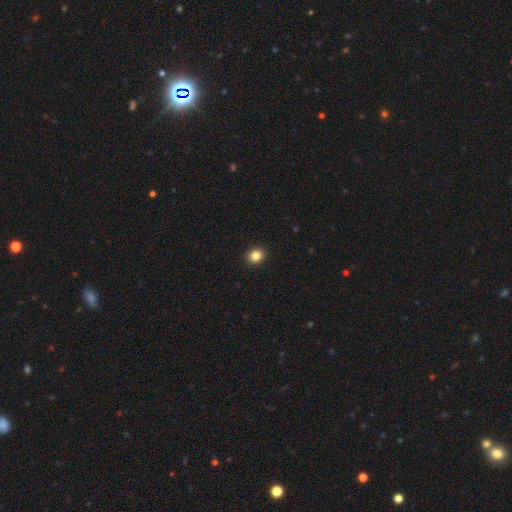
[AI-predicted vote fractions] Smooth or featured? smooth (84%)
How rounded? round (73%)
Merging? none (92%)